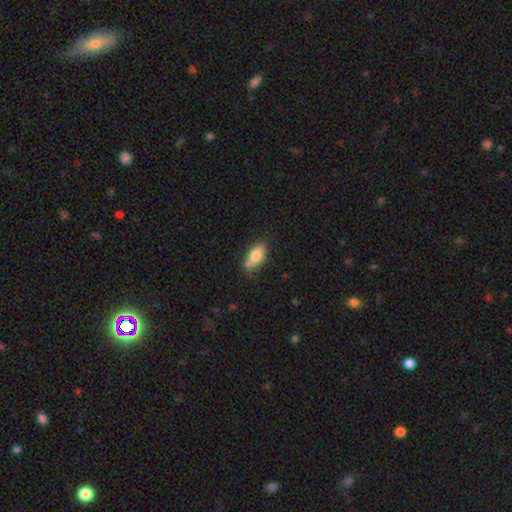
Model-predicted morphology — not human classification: A smooth galaxy with no disk features (77%) that is in between round and cigar-shaped (87%).

Vote fractions:
- Smooth or featured? smooth: 77% / featured or disk: 15% / star or artifact: 8%
- How rounded? in between: 87% / cigar-shaped: 8% / round: 5%
- Merging? none: 58% / minor disturbance: 21% / merger: 16% / major disturbance: 5%